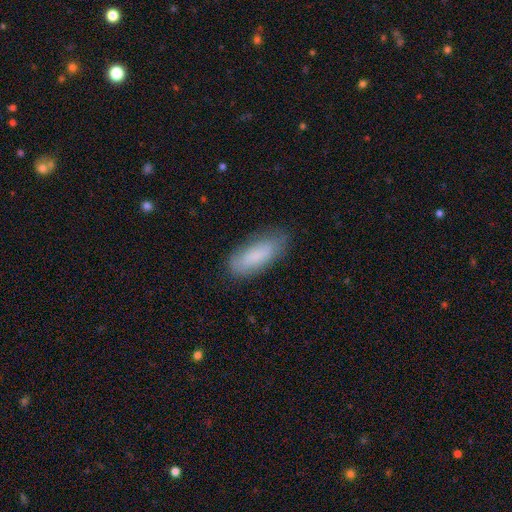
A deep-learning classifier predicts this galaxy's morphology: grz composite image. It shows a smooth galaxy with no disk features (80%) that is in between round and cigar-shaped (74%). Merging: none (74%).